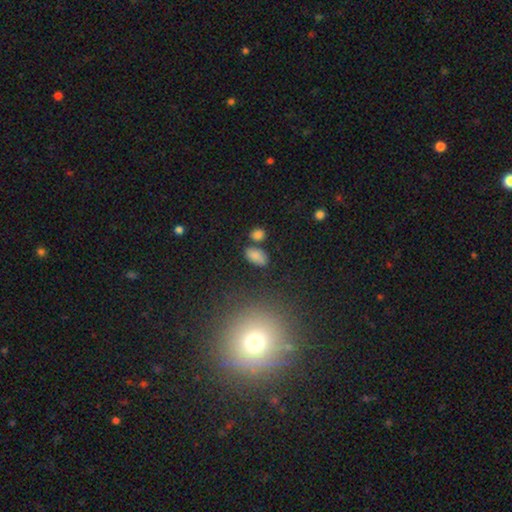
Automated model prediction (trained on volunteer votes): Overall: smooth (80%). How rounded: in between (89%). Merging: none (69%).